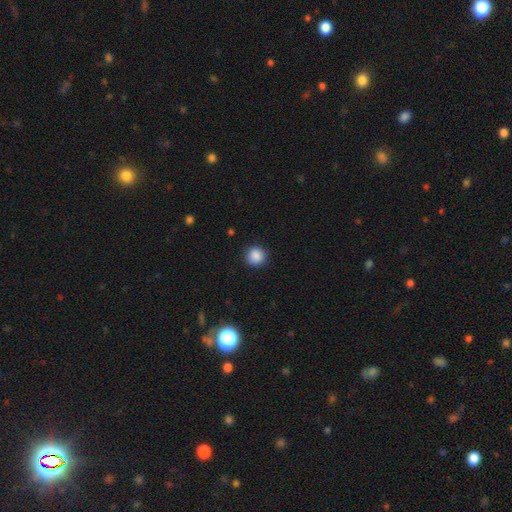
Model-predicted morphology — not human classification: smooth 87%, star or artifact 10%, featured or disk 3%. Down the decision tree: how rounded — round (92%); merging — none (90%).